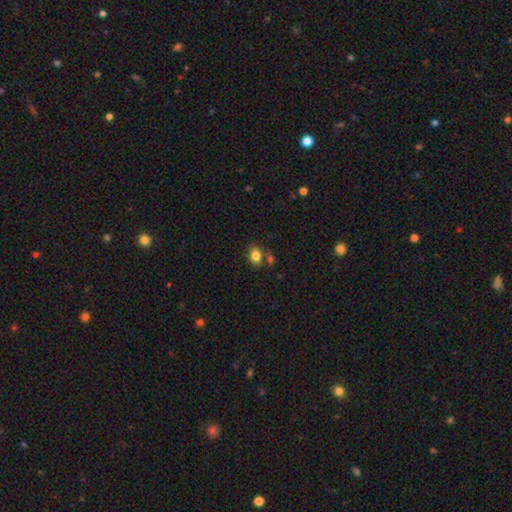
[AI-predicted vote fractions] The model was most divided on "how rounded": in between: 72%, round: 27%, cigar-shaped: 1%. More confident: smooth or featured — smooth (83%); merging — none (69%).